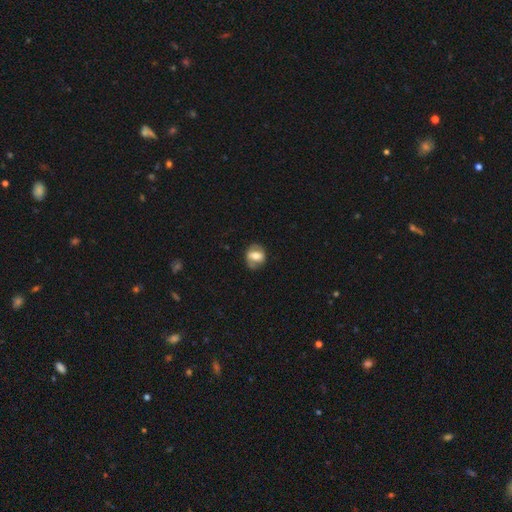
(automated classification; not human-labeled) A smooth galaxy with no disk features (51%) that is round (49%, tied with in between). Merging: none (73%).